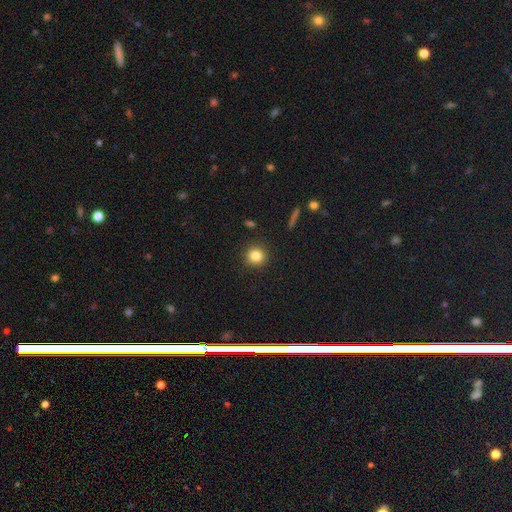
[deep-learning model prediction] Smooth or featured: smooth — 83% (star or artifact — 11%)
How rounded: round — 91% (in between — 8%)
Merging: none — 90% (minor disturbance — 6%)